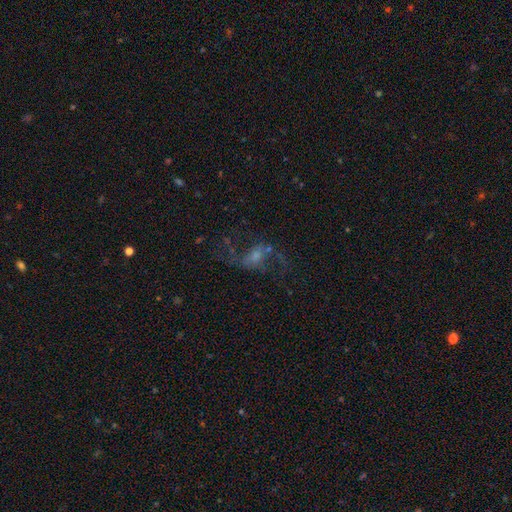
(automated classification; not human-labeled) Overall: featured or disk (72%). Edge-on disk: no (95%). Bar: no (47%; weak 39%). Spiral arms: yes (83%). Spiral arm count: 2 (88%). Spiral winding: loose (79%). Bulge size: small (44%; moderate 33%). Merging: none (59%; major disturbance 22%).